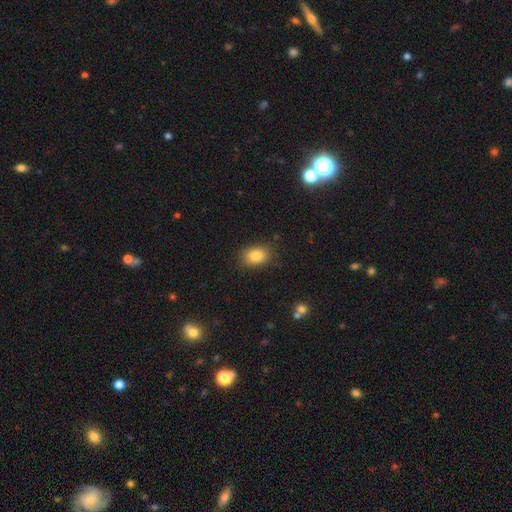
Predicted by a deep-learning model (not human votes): smooth_or_featured: smooth (p=0.84) [alt: star or artifact p=0.09]
how_rounded: in between (p=0.76) [alt: round p=0.22]
merging: none (p=0.82) [alt: minor disturbance p=0.13]